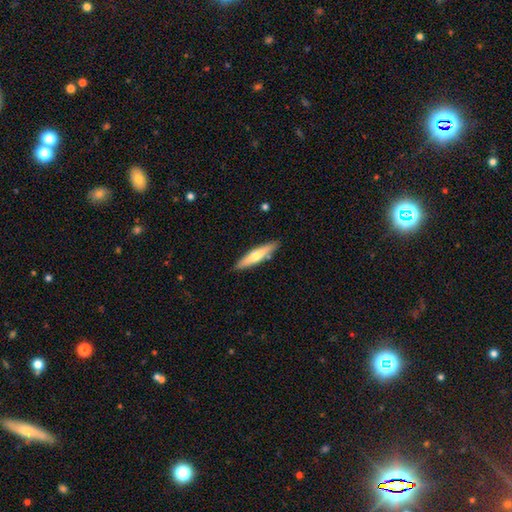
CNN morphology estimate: Smooth or featured? Predicted: smooth (p=0.54). How rounded? Predicted: cigar-shaped (p=0.81). Merging? Predicted: none (p=0.86).